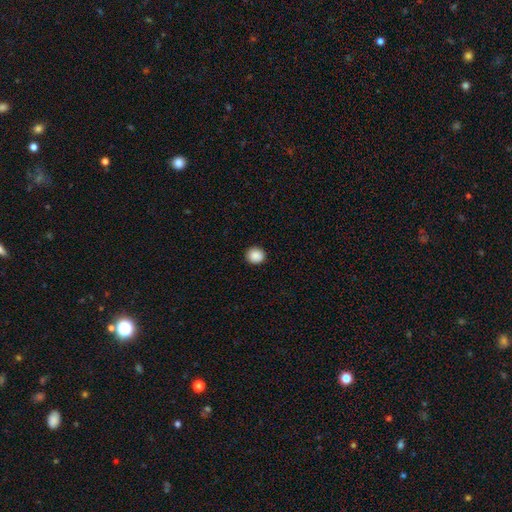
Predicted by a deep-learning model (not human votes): A smooth galaxy with no disk features (89%) that is round (86%).

Vote fractions:
- Smooth or featured? smooth: 89% / star or artifact: 9% / featured or disk: 2%
- How rounded? round: 86% / in between: 13% / cigar-shaped: 1%
- Merging? none: 92% / minor disturbance: 5% / major disturbance: 2% / merger: 1%